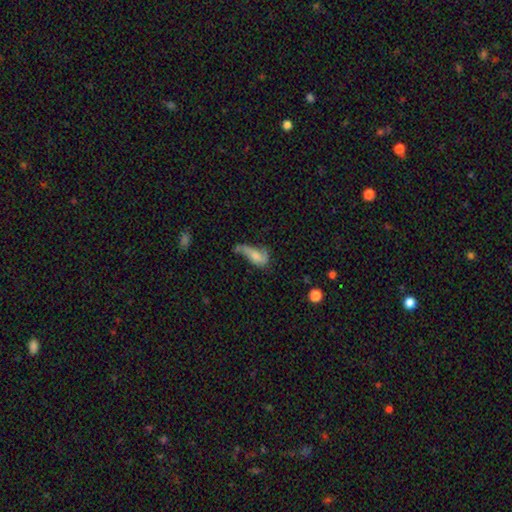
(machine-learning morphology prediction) Smooth or featured: smooth — 56% (featured or disk — 34%)
How rounded: in between — 73% (cigar-shaped — 22%)
Merging: major disturbance — 32% (minor disturbance — 26%)